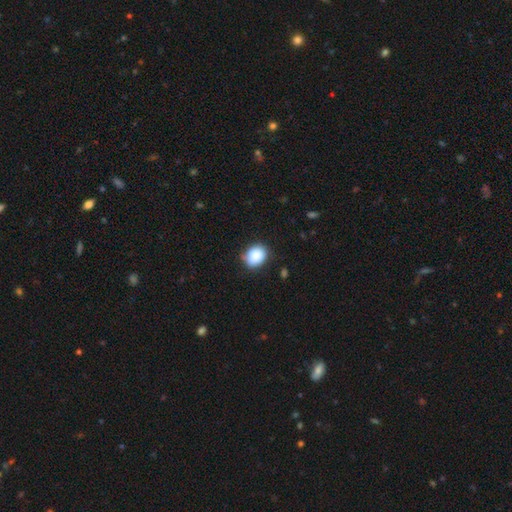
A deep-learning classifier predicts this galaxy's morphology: The model was most divided on "how rounded": round: 52%, in between: 47%, cigar-shaped: 1%. More confident: smooth or featured — smooth (88%); merging — none (75%).